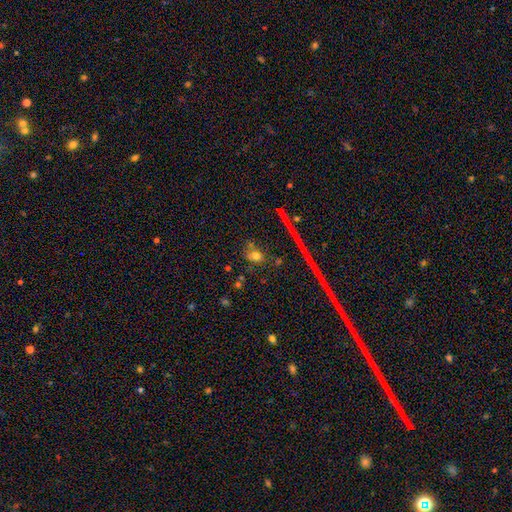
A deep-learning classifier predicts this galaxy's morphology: smooth 63%, star or artifact 23%, featured or disk 14%. Down the decision tree: how rounded — round (54%); merging — none (68%).